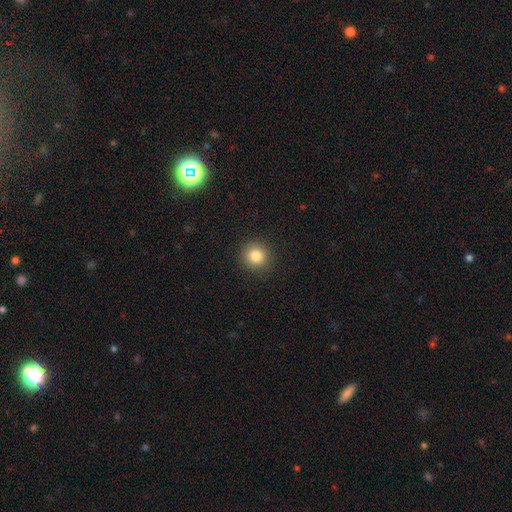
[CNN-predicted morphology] Smooth or featured? smooth (83%)
How rounded? round (92%)
Merging? none (91%)